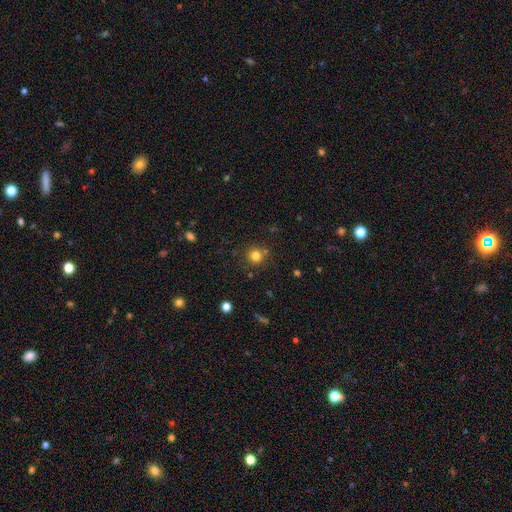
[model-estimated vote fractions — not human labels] Smooth or featured? Predicted: smooth (p=0.80). How rounded? Predicted: round (p=0.93). Merging? Predicted: none (p=0.82).